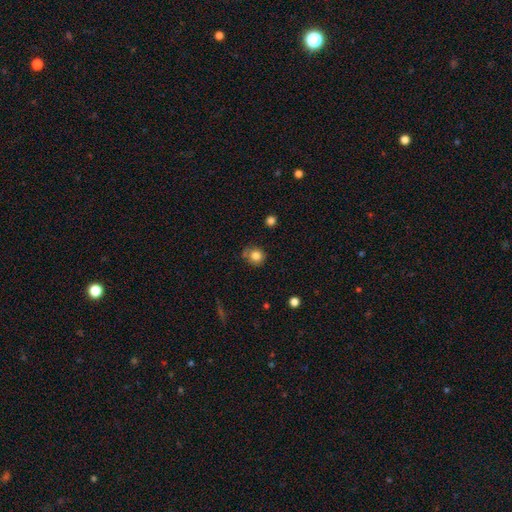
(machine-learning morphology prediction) A smooth galaxy with no disk features (82%) that is round (84%). Merging: none (71%).